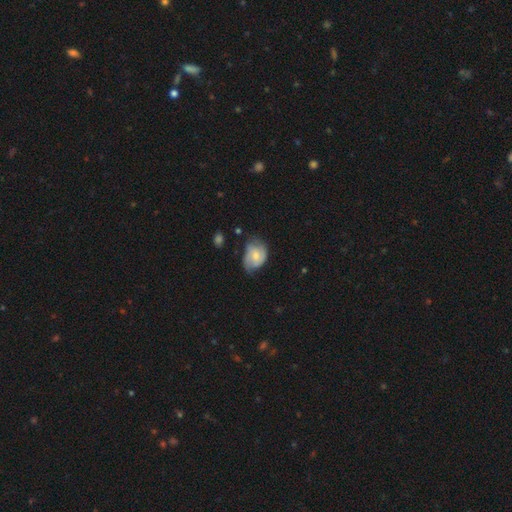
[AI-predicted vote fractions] Smooth or featured: featured or disk — 52% (smooth — 41%)
Edge-on disk: no — 97% (yes — 3%)
Bar: no — 61% (weak — 33%)
Spiral arms: yes — 81% (no — 19%)
Bulge size: moderate — 47% (small — 46%)
Merging: none — 47% (minor disturbance — 37%)